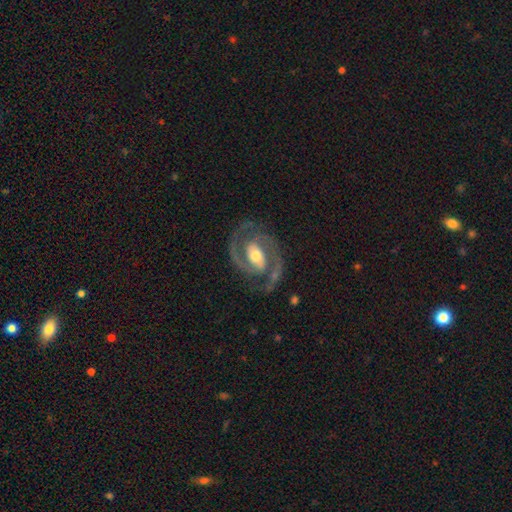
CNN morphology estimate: Q: Smooth or featured?
A: featured or disk (92%); runner-up: smooth (4%)
Q: Edge-on disk?
A: no (98%); runner-up: yes (2%)
Q: Bar?
A: weak (38%); runner-up: strong (31%)
Q: Spiral arms?
A: yes (98%); runner-up: no (2%)
Q: Spiral winding?
A: medium (51%); runner-up: tight (41%)
Q: Spiral arm count?
A: 2 (92%); runner-up: 3 (2%)
Q: Bulge size?
A: moderate (69%); runner-up: small (15%)
Q: Merging?
A: none (79%); runner-up: minor disturbance (13%)